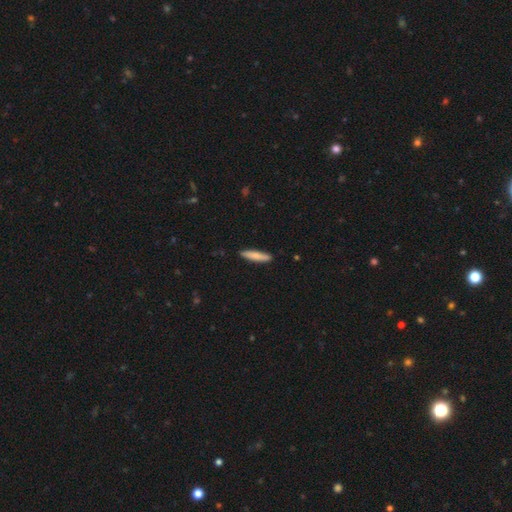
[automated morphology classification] Smooth or featured? Predicted: smooth (p=0.80). How rounded? Predicted: cigar-shaped (p=0.85). Merging? Predicted: none (p=0.88).